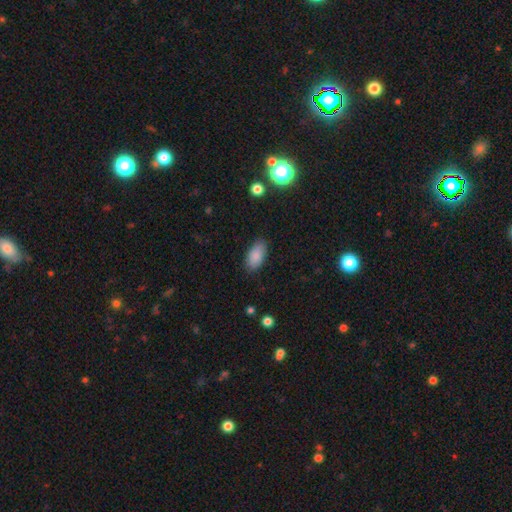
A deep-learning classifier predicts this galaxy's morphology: Smooth or featured?
  - smooth: 87% *
  - star or artifact: 7%
  - featured or disk: 6%
How rounded?
  - in between: 93% *
  - cigar-shaped: 4%
  - round: 3%
Merging?
  - none: 85% *
  - minor disturbance: 11%
  - major disturbance: 3%
  - merger: 1%